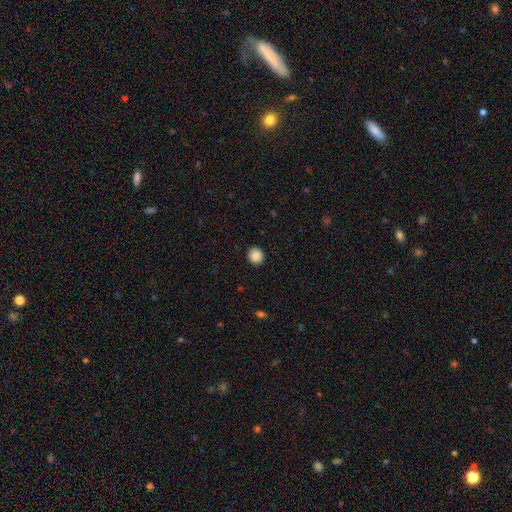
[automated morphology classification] This appears to be a smooth galaxy with no disk features (88%) that is round (88%). Merging: none (92%).